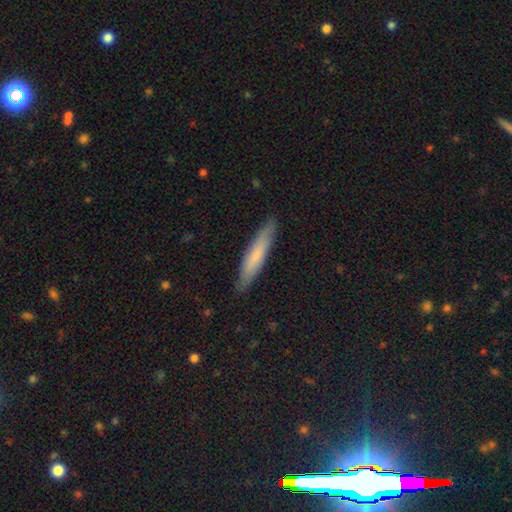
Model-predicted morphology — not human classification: Smooth or featured? smooth (68%)
How rounded? cigar-shaped (89%)
Merging? none (89%)